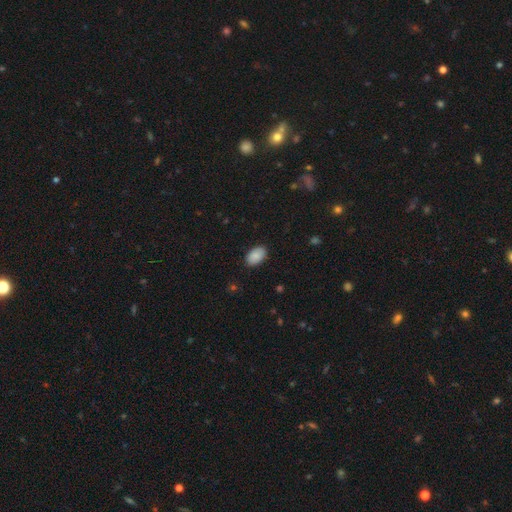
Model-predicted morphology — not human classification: This is clearly a smooth galaxy (88%). How rounded: clearly in between (92%). Merging: clearly none (88%).